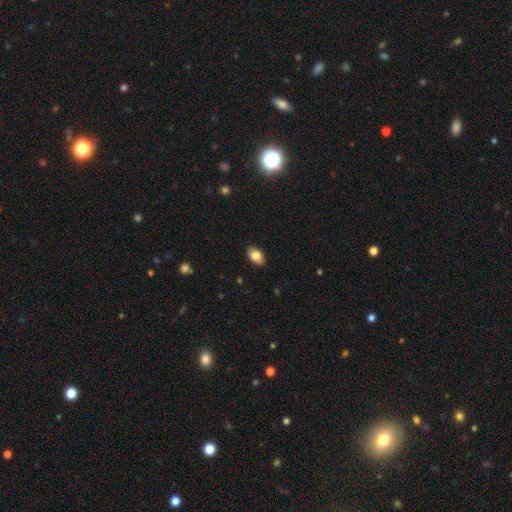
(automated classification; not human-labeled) Overall: smooth (82%). How rounded: in between (89%). Merging: none (88%).